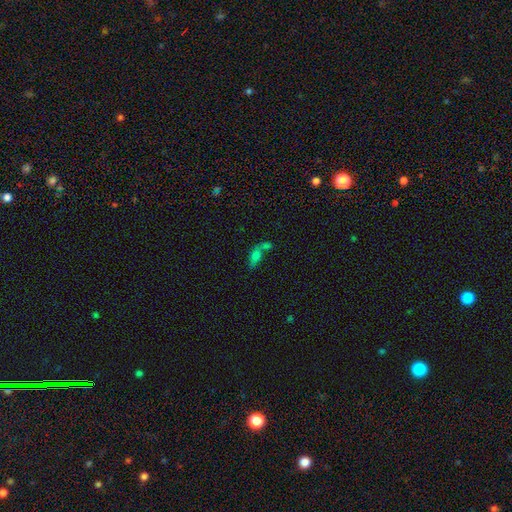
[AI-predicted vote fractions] Smooth or featured?
  - smooth: 58% *
  - featured or disk: 25%
  - star or artifact: 17%
How rounded?
  - in between: 70% *
  - cigar-shaped: 19%
  - round: 11%
Merging?
  - merger: 50% *
  - none: 27%
  - minor disturbance: 12%
  - major disturbance: 11%